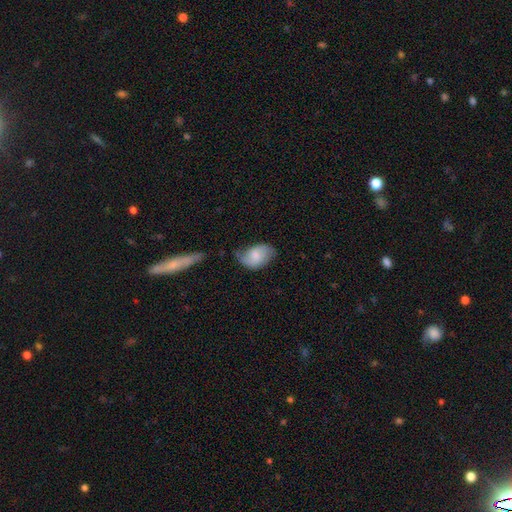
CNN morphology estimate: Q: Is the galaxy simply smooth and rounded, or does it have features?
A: smooth — 59%.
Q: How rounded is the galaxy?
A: in between — 84%.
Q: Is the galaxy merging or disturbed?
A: none — 50%.